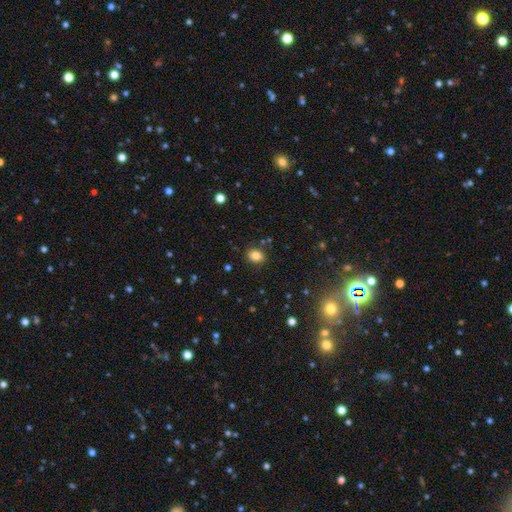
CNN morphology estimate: Smooth or featured: smooth — 82% (star or artifact — 12%)
How rounded: in between — 55% (round — 44%)
Merging: none — 86% (minor disturbance — 10%)